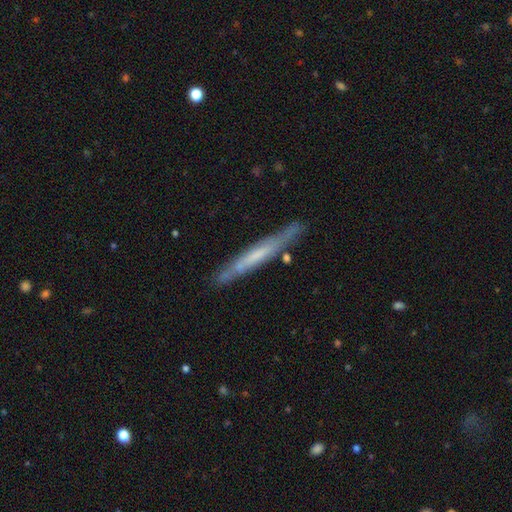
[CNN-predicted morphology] This is possibly a featured or disk galaxy (57%). It is clearly viewed edge-on (88%). Merging: clearly none (82%).